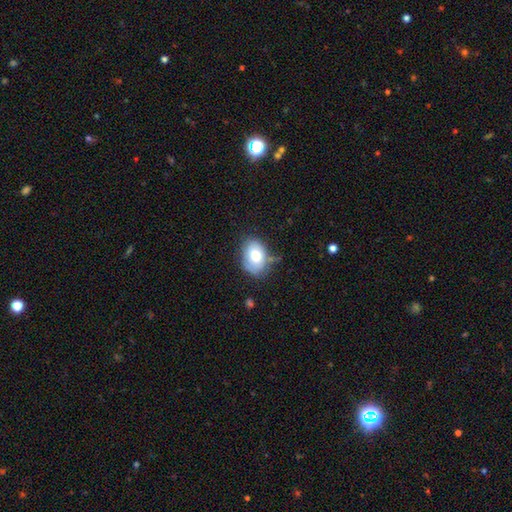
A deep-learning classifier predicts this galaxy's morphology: smooth-or-featured: smooth: 72% | featured or disk: 20% | star or artifact: 8%
  how-rounded: in between: 75% | round: 24% | cigar-shaped: 1%
  merging: none: 61% | minor disturbance: 28% | major disturbance: 7% | merger: 4%